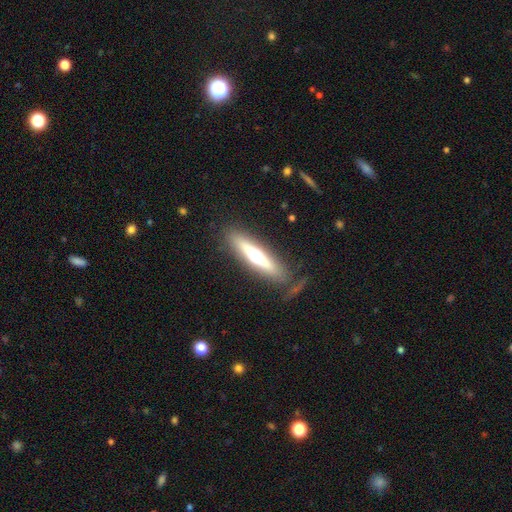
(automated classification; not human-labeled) Smooth or featured? Predicted: featured or disk (p=0.61). Edge-on disk? Predicted: yes (p=0.90). Edge-on bulge? Predicted: rounded (p=0.87). Merging? Predicted: none (p=0.79).